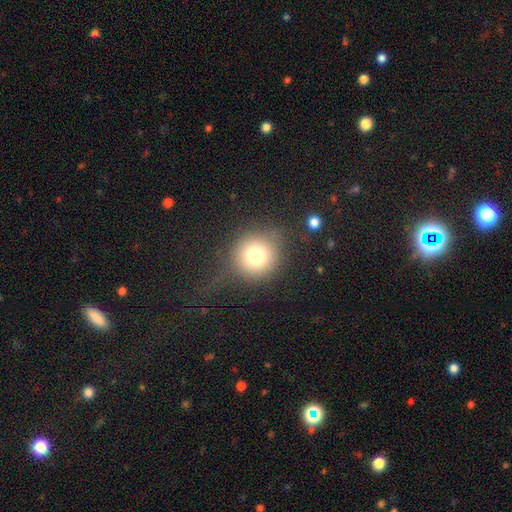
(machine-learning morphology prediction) Q: Smooth or featured?
A: smooth (75%); runner-up: star or artifact (13%)
Q: How rounded?
A: round (90%); runner-up: in between (8%)
Q: Merging?
A: none (69%); runner-up: minor disturbance (16%)